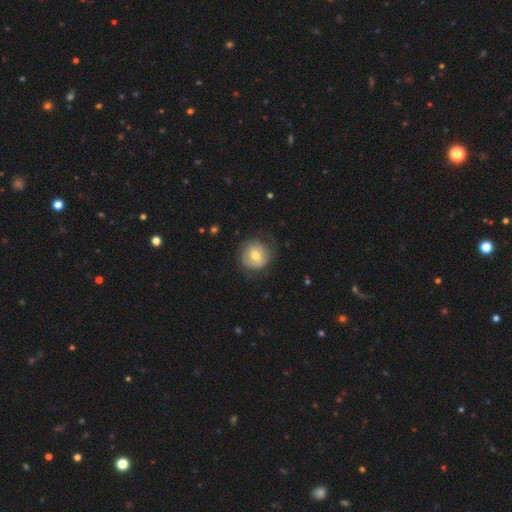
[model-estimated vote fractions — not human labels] smooth 63%, featured or disk 29%, star or artifact 8%. Down the decision tree: how rounded — round (90%); merging — none (72%).